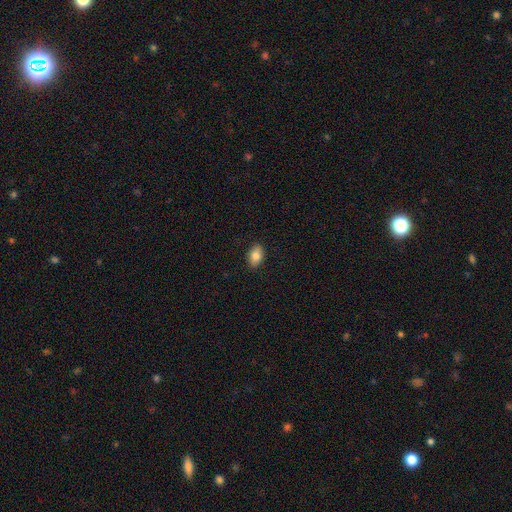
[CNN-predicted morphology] Smooth or featured?
  - smooth: 83% *
  - featured or disk: 10%
  - star or artifact: 7%
How rounded?
  - in between: 90% *
  - round: 9%
  - cigar-shaped: 2%
Merging?
  - none: 90% *
  - minor disturbance: 8%
  - major disturbance: 2%
  - merger: 1%